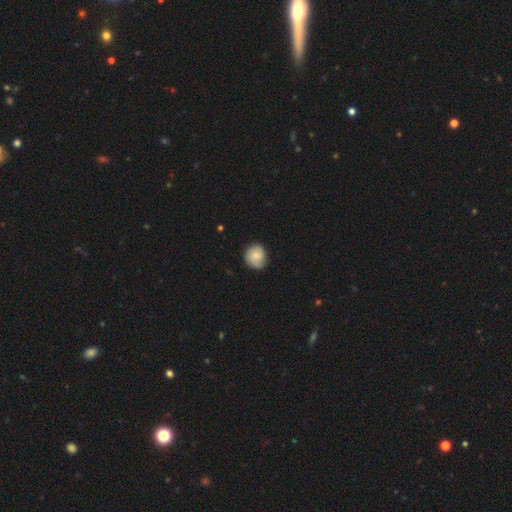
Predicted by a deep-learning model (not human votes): Smooth or featured? smooth (67%)
How rounded? round (84%)
Merging? none (76%)